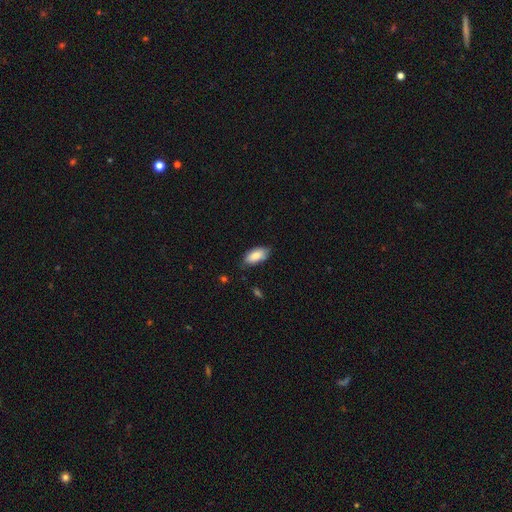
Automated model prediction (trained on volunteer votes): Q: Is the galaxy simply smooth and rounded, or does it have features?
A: smooth — 86%.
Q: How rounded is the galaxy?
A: in between — 91%.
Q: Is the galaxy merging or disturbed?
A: none — 74%.